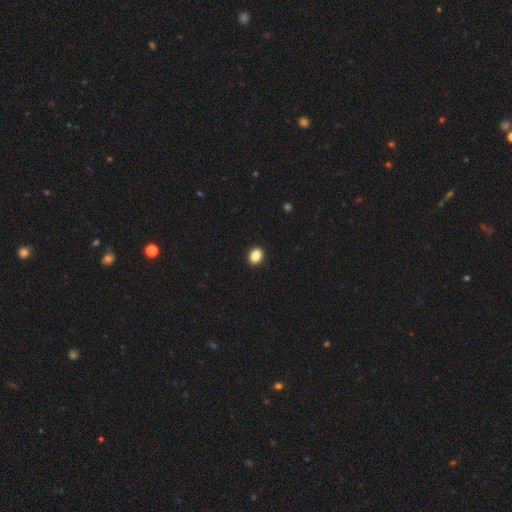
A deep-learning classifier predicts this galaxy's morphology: Overall: smooth (88%). How rounded: in between (63%; round 36%). Merging: none (92%).